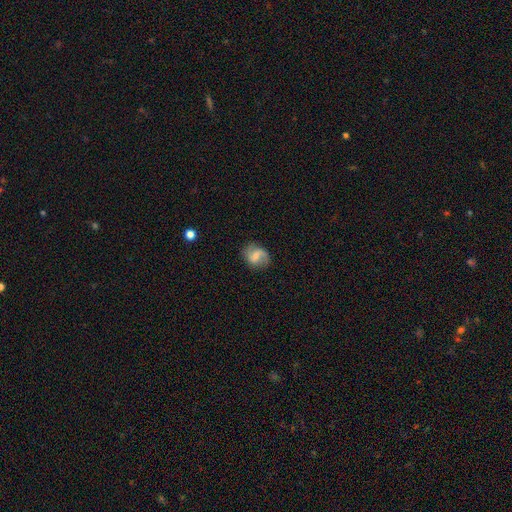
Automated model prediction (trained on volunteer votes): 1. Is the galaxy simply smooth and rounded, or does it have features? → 61% featured or disk, 31% smooth, 8% star or artifact.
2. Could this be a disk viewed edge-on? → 98% no, 2% yes.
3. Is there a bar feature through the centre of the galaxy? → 52% weak, 29% no, 19% strong.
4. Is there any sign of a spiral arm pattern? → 91% yes, 9% no.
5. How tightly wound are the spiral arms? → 49% loose, 38% medium, 14% tight.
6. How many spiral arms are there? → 77% 2, 14% 1, 6% can't tell, 1% 3, 1% 4, 1% more than 4.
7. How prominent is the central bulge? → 41% small, 30% moderate, 23% none, 4% large, 1% dominant.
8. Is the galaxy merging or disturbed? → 73% none, 18% minor disturbance, 8% major disturbance, 2% merger.